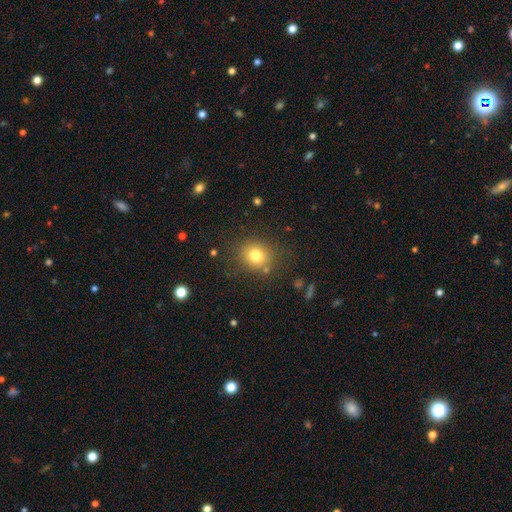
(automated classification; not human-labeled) smooth-or-featured: smooth: 77% | star or artifact: 14% | featured or disk: 9%
  how-rounded: round: 79% | in between: 20% | cigar-shaped: 1%
  merging: none: 82% | minor disturbance: 10% | major disturbance: 4% | merger: 3%